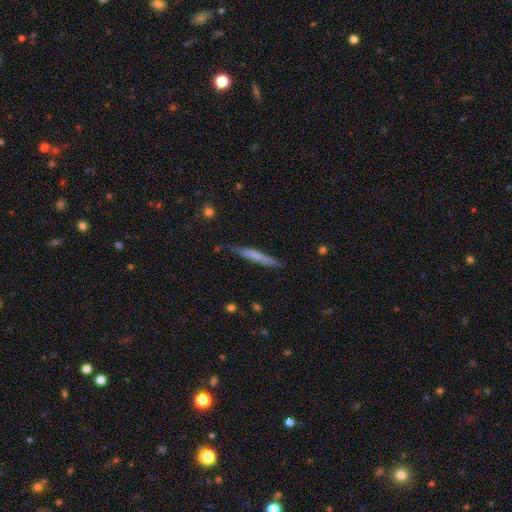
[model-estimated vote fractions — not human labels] Overall: smooth (60%; featured or disk 34%). How rounded: cigar-shaped (95%). Merging: none (76%).